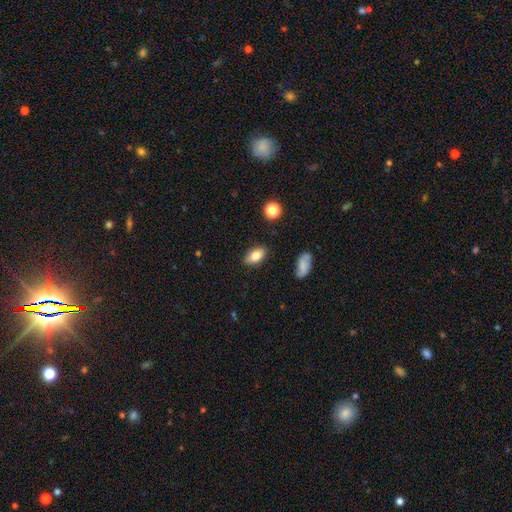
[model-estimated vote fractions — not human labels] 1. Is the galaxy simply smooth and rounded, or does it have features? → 80% smooth, 12% featured or disk, 8% star or artifact.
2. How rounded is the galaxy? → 91% in between, 6% round, 4% cigar-shaped.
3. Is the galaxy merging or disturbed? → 84% none, 12% minor disturbance, 2% major disturbance, 2% merger.